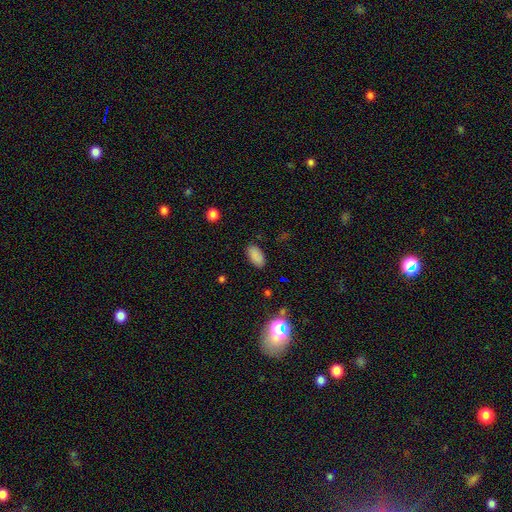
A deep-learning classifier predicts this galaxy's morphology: A smooth galaxy with no disk features (85%) that is in between round and cigar-shaped (94%).

Vote fractions:
- Smooth or featured? smooth: 85% / star or artifact: 11% / featured or disk: 4%
- How rounded? in between: 94% / round: 3% / cigar-shaped: 3%
- Merging? none: 87% / minor disturbance: 10% / major disturbance: 3% / merger: 1%